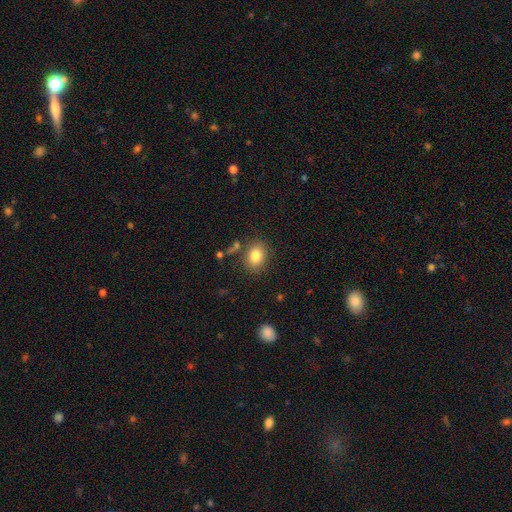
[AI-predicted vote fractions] smooth 82%, star or artifact 10%, featured or disk 8%. Down the decision tree: how rounded — in between (60%); merging — none (80%).